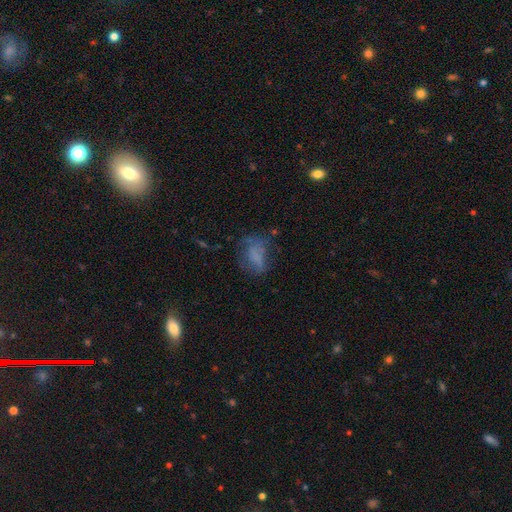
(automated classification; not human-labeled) Smooth or featured?
  - smooth: 55% *
  - featured or disk: 29%
  - star or artifact: 15%
How rounded?
  - in between: 76% *
  - round: 19%
  - cigar-shaped: 4%
Merging?
  - none: 41% *
  - major disturbance: 30%
  - minor disturbance: 25%
  - merger: 4%